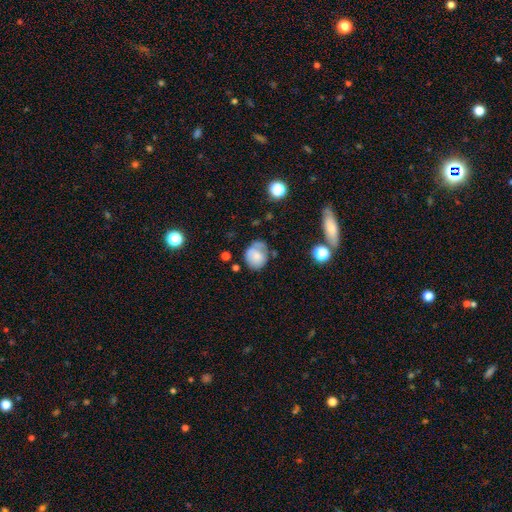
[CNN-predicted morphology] Smooth or featured? smooth (69%)
How rounded? round (62%)
Merging? none (46%)